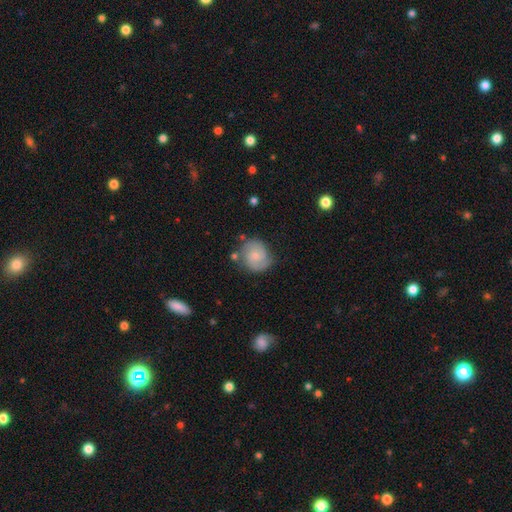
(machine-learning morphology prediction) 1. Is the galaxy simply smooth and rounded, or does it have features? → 56% featured or disk, 37% smooth, 7% star or artifact.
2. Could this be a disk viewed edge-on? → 98% no, 2% yes.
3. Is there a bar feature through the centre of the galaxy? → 70% no, 26% weak, 3% strong.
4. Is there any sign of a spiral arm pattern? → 90% yes, 10% no.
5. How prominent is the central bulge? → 61% small, 28% moderate, 8% none, 2% large, 1% dominant.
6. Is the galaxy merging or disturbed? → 71% none, 19% minor disturbance, 6% major disturbance, 5% merger.